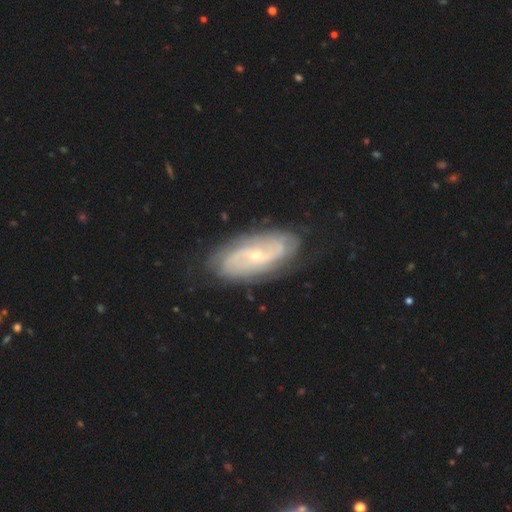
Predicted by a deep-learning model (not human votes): Smooth or featured: featured or disk — 81% (smooth — 13%)
Edge-on disk: no — 92% (yes — 8%)
Bar: no — 51% (weak — 37%)
Spiral arms: yes — 92% (no — 8%)
Spiral winding: tight — 40% (medium — 37%)
Spiral arm count: 2 — 54% (can't tell — 27%)
Bulge size: small — 74% (moderate — 23%)
Merging: none — 80% (minor disturbance — 14%)